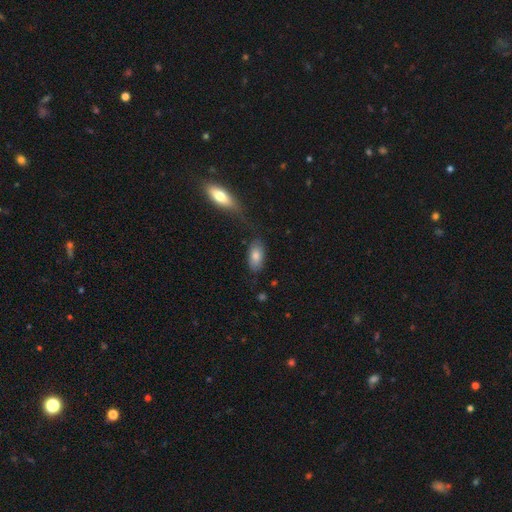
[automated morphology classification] This appears to be a smooth galaxy with no disk features (78%) that is in between round and cigar-shaped (91%). Merging: none (72%).